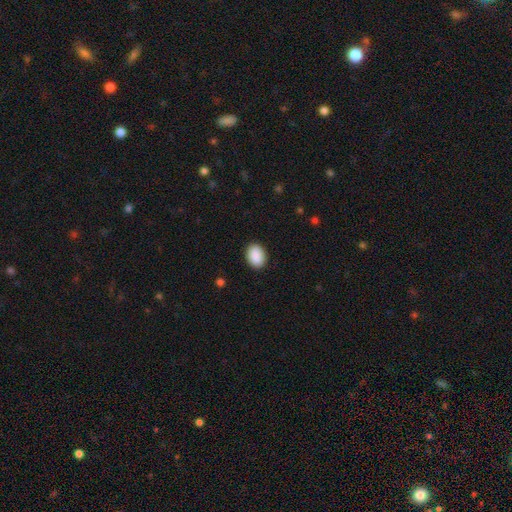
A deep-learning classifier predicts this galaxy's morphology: Smooth or featured? Predicted: smooth (p=0.91). How rounded? Predicted: in between (p=0.79). Merging? Predicted: none (p=0.90).